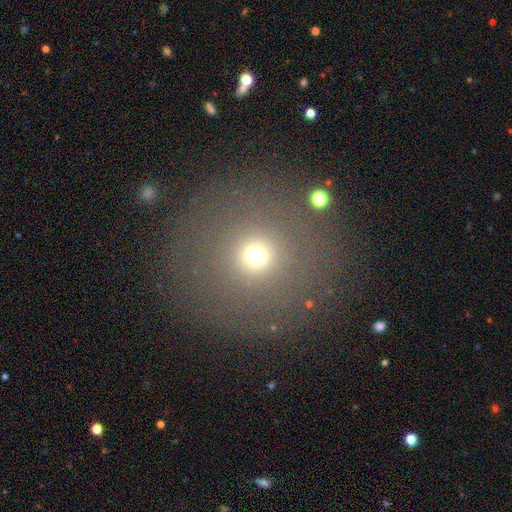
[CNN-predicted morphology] A smooth galaxy with no disk features (67%) that is round (85%).

Vote fractions:
- Smooth or featured? smooth: 67% / star or artifact: 23% / featured or disk: 10%
- How rounded? round: 85% / in between: 14% / cigar-shaped: 1%
- Merging? none: 78% / minor disturbance: 10% / major disturbance: 7% / merger: 5%